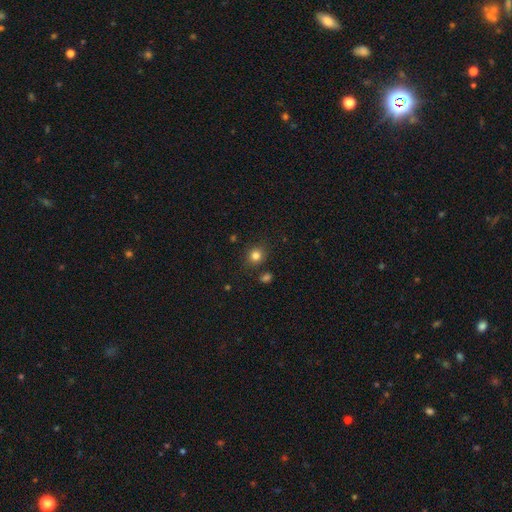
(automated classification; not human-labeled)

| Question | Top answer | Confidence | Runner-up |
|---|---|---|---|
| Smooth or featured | smooth | 82% | star or artifact (13%) |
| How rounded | round | 78% | in between (21%) |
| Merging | none | 83% | minor disturbance (10%) |